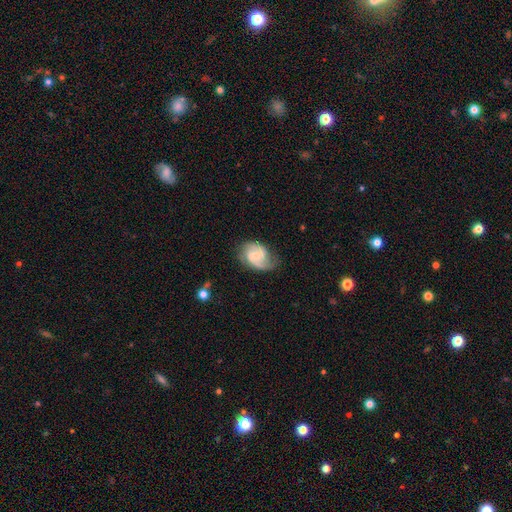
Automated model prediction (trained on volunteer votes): The model was most divided on "bar": no: 48%, weak: 44%, strong: 8%. More confident: edge-on disk — no (98%); spiral arms — yes (95%); spiral arm count — 2 (81%); smooth or featured — featured or disk (78%); merging — none (66%); bulge size — small (53%); spiral winding — medium (51%).